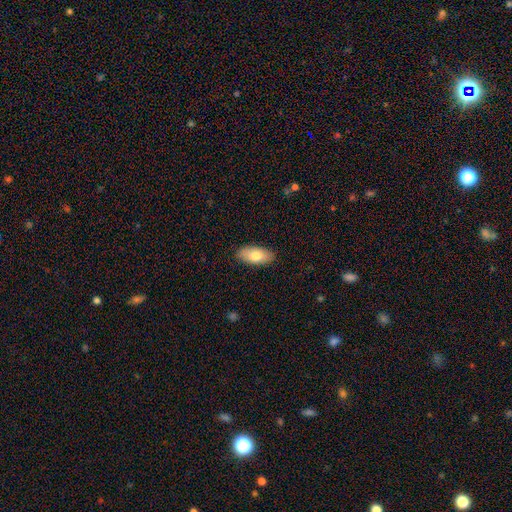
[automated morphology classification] This appears to be a smooth galaxy with no disk features (77%) that is in between round and cigar-shaped (90%). Merging: none (88%).